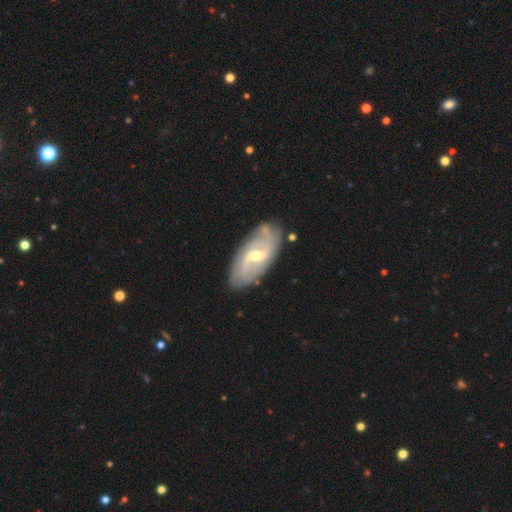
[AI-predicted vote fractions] Smooth or featured? featured or disk (80%)
Edge-on disk? no (93%)
Bar? weak (54%)
Spiral arms? yes (89%)
Spiral winding? medium (37%)
Spiral arm count? 2 (61%)
Bulge size? moderate (53%)
Merging? none (79%)